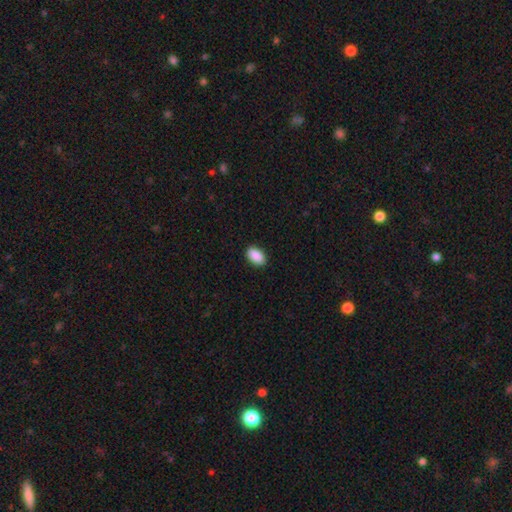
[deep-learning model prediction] A smooth galaxy with no disk features (91%) that is in between round and cigar-shaped (93%). Merging: none (89%).